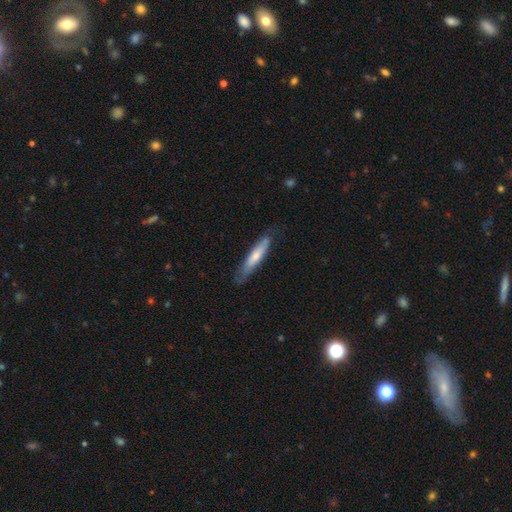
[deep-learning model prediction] smooth_or_featured: smooth (p=0.59) [alt: featured or disk p=0.36]
how_rounded: cigar-shaped (p=0.84) [alt: in between p=0.15]
merging: none (p=0.68) [alt: minor disturbance p=0.23]